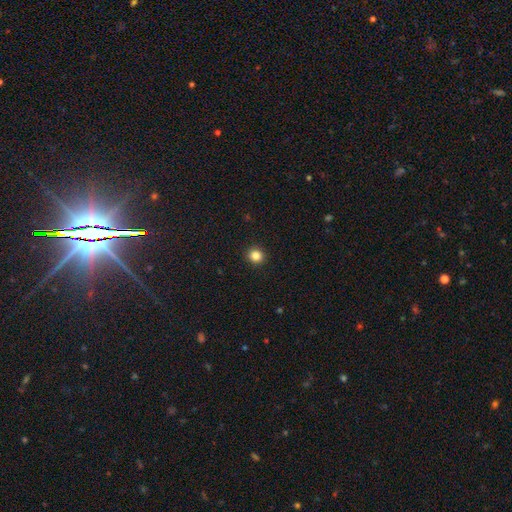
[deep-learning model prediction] Overall: smooth (84%). How rounded: round (91%). Merging: none (93%).